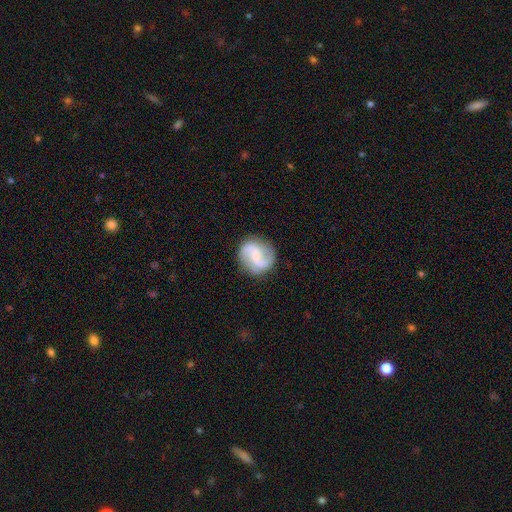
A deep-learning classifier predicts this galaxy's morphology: A featured or disk galaxy (81%) with a weak bar (49%), 2 (92%) loose (46%) spiral arms (96%) and a small central bulge (57%). Merging: none (85%).